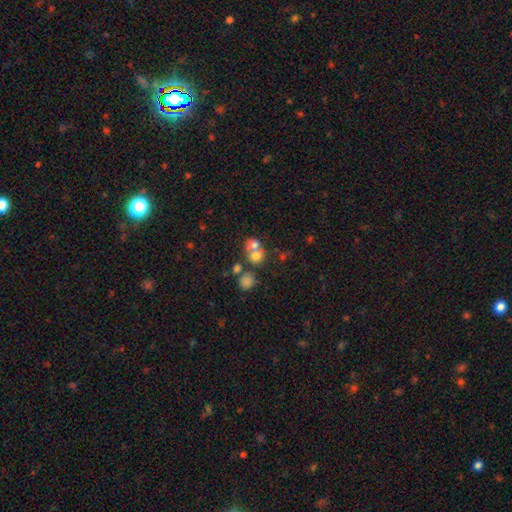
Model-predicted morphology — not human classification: A smooth galaxy with no disk features (68%) that is round (74%). Merging: merger (55%).